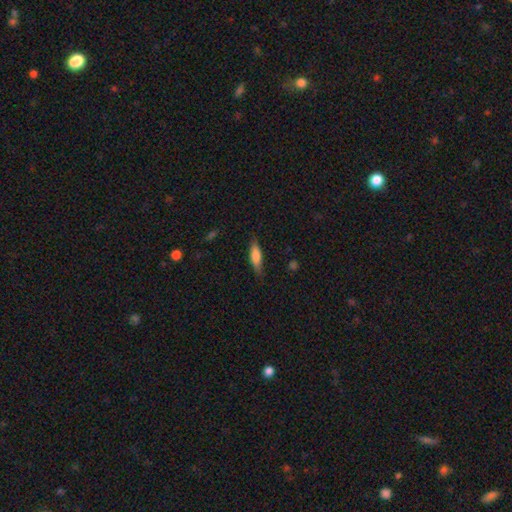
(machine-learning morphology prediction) Smooth or featured?
  - smooth: 75% *
  - featured or disk: 18%
  - star or artifact: 6%
How rounded?
  - cigar-shaped: 58% *
  - in between: 40%
  - round: 2%
Merging?
  - none: 79% *
  - minor disturbance: 16%
  - major disturbance: 3%
  - merger: 1%